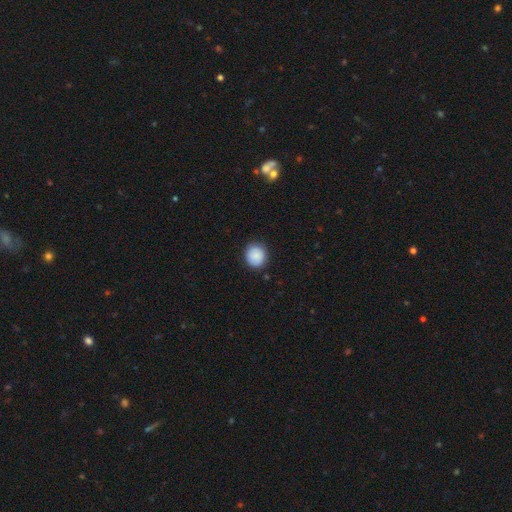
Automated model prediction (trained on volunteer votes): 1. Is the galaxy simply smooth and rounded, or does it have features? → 87% smooth, 7% star or artifact, 5% featured or disk.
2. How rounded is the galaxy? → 87% round, 12% in between, 1% cigar-shaped.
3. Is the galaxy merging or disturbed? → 88% none, 9% minor disturbance, 2% major disturbance, 1% merger.